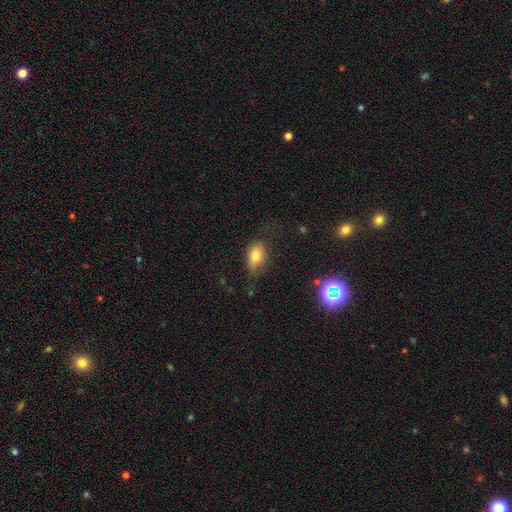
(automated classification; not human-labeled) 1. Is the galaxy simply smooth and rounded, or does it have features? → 76% smooth, 13% featured or disk, 11% star or artifact.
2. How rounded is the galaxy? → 78% in between, 19% round, 2% cigar-shaped.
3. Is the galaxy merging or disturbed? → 56% none, 29% minor disturbance, 13% major disturbance, 2% merger.